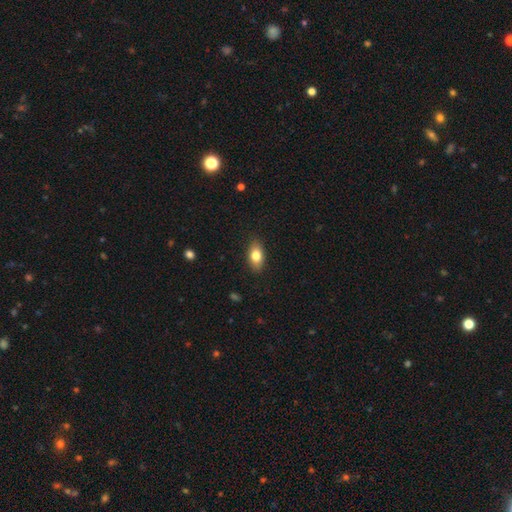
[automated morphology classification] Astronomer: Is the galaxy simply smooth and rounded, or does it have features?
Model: smooth — 79%.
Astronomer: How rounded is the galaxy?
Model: in between — 88%.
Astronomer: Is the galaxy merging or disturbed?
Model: none — 87%.